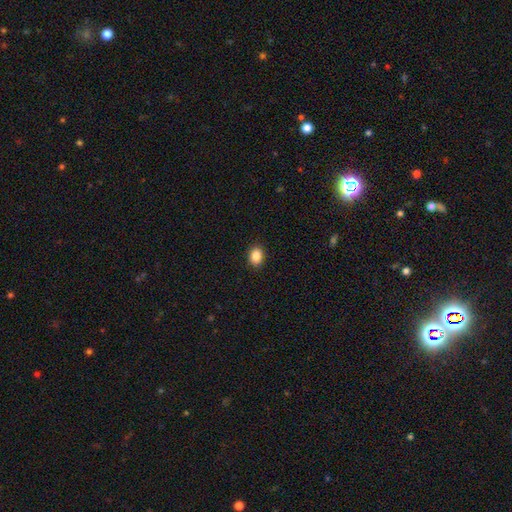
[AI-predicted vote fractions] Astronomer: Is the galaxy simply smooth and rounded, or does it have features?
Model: smooth — 87%.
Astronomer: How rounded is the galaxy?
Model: in between — 65%.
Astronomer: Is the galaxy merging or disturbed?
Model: none — 90%.